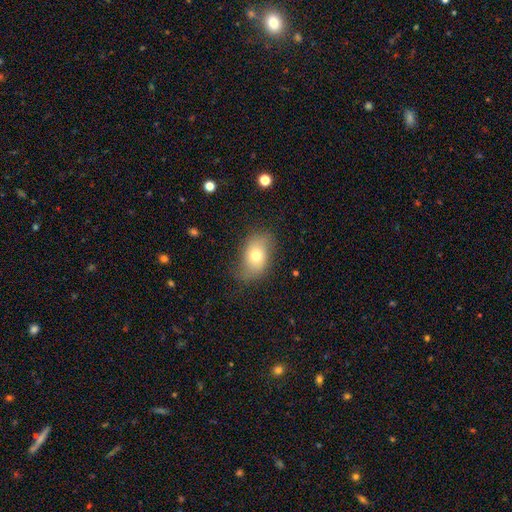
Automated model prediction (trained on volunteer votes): Smooth or featured?
  - smooth: 70% *
  - featured or disk: 21%
  - star or artifact: 9%
How rounded?
  - in between: 86% *
  - round: 12%
  - cigar-shaped: 2%
Merging?
  - none: 68% *
  - minor disturbance: 23%
  - major disturbance: 8%
  - merger: 1%